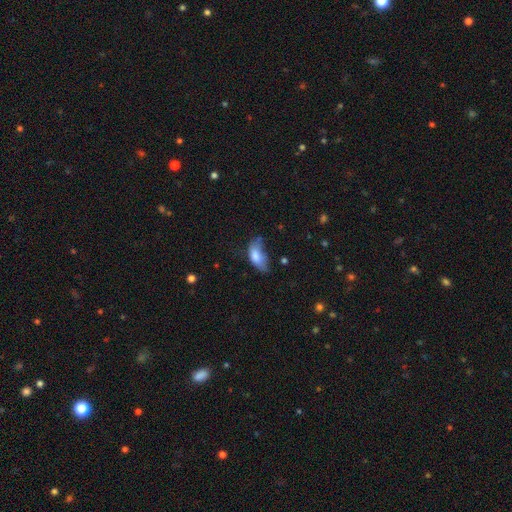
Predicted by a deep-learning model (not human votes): A smooth galaxy with no disk features (76%) that is in between round and cigar-shaped (88%).

Vote fractions:
- Smooth or featured? smooth: 76% / featured or disk: 15% / star or artifact: 8%
- How rounded? in between: 88% / cigar-shaped: 9% / round: 3%
- Merging? minor disturbance: 39% / none: 32% / major disturbance: 24% / merger: 5%